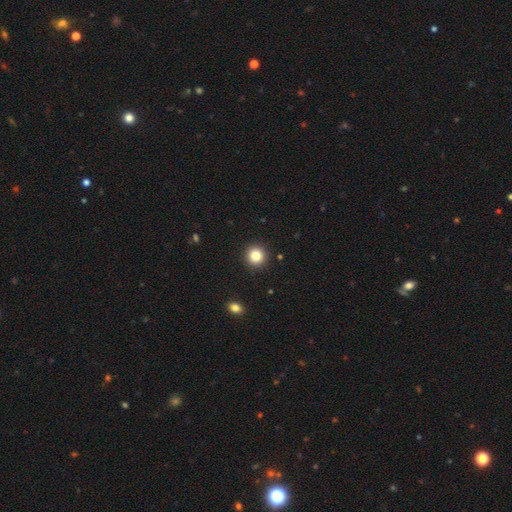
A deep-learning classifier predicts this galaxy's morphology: A smooth galaxy with no disk features (83%) that is round (94%). Merging: none (92%).